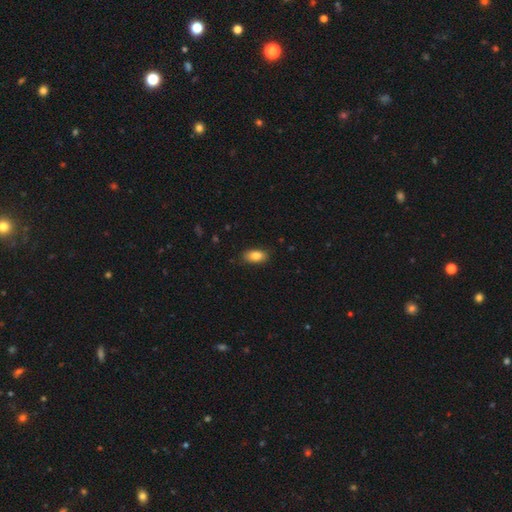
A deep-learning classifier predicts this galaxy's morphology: Q: Smooth or featured?
A: smooth (85%); runner-up: star or artifact (8%)
Q: How rounded?
A: in between (90%); runner-up: round (6%)
Q: Merging?
A: none (84%); runner-up: minor disturbance (13%)